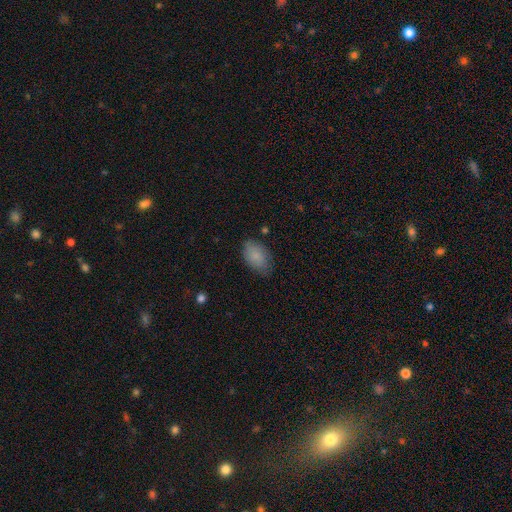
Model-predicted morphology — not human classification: type=smooth (86%); roundness=in between (92%); merging=none (73%).